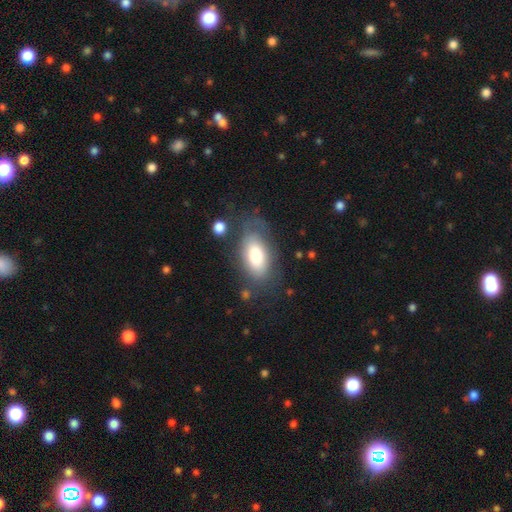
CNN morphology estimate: This appears to be a smooth galaxy with no disk features (72%) that is in between round and cigar-shaped (91%). Merging: none (65%).